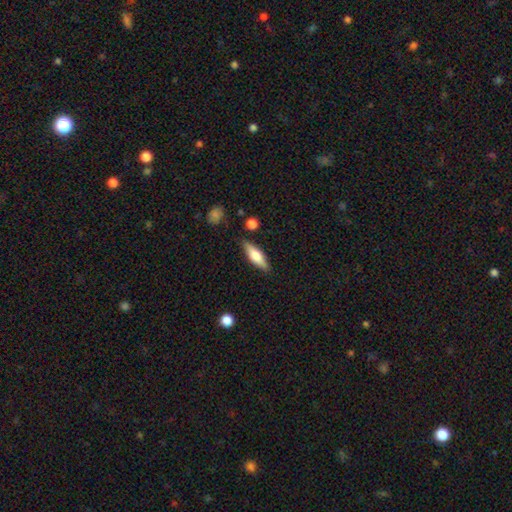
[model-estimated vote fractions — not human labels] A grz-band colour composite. It shows a smooth galaxy with no disk features (60%) that is cigar-shaped (51%). Merging: none (85%).